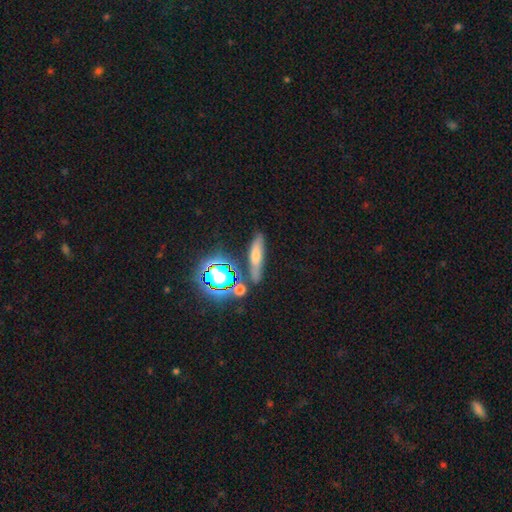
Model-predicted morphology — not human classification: type=smooth (51%); roundness=cigar-shaped (65%); merging=none (75%).